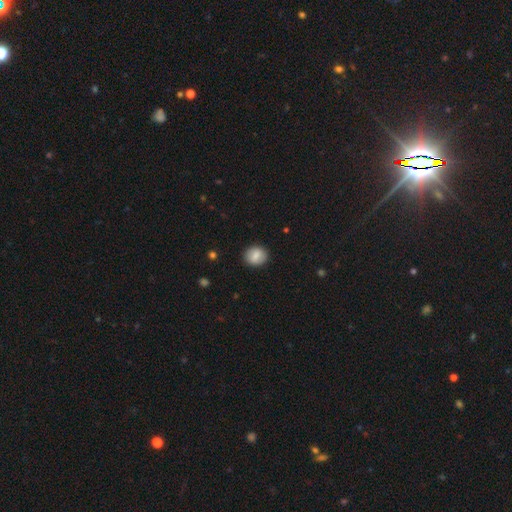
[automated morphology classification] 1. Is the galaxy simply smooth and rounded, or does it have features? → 82% smooth, 11% featured or disk, 7% star or artifact.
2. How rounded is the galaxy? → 68% round, 31% in between, 1% cigar-shaped.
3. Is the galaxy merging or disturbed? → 89% none, 8% minor disturbance, 2% major disturbance, 1% merger.